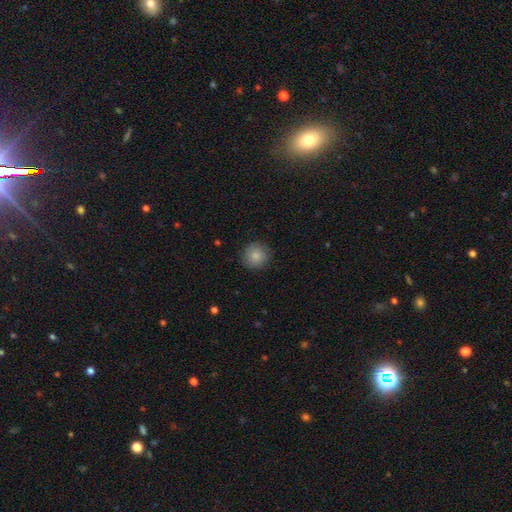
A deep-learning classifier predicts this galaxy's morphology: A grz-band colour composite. It shows a smooth galaxy with no disk features (86%) that is round (93%). Merging: none (89%).